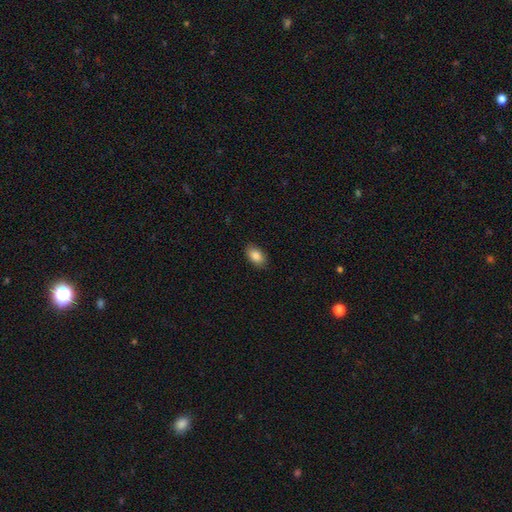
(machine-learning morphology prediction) A smooth galaxy with no disk features (86%) that is in between round and cigar-shaped (92%).

Vote fractions:
- Smooth or featured? smooth: 86% / star or artifact: 8% / featured or disk: 6%
- How rounded? in between: 92% / round: 7% / cigar-shaped: 2%
- Merging? none: 88% / minor disturbance: 9% / major disturbance: 2% / merger: 1%